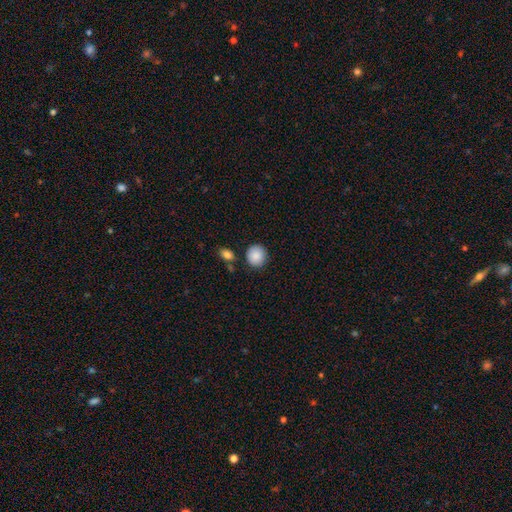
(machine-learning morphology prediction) Smooth or featured? smooth (89%)
How rounded? round (89%)
Merging? none (85%)